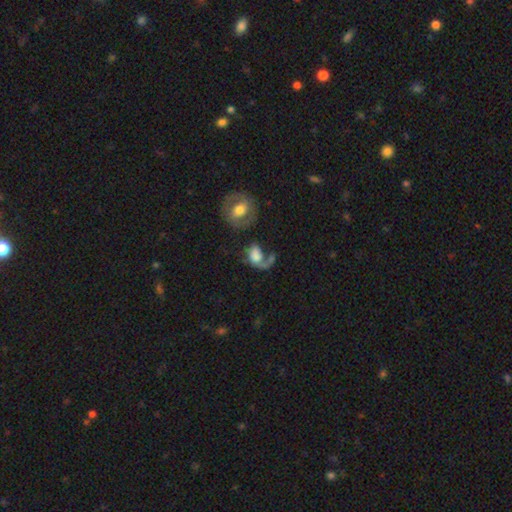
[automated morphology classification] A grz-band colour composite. It shows a smooth galaxy with no disk features (46%). Merging: major disturbance (39%).